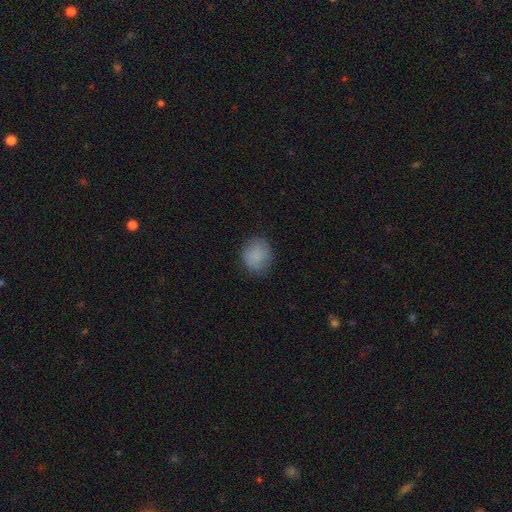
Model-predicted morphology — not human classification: type=smooth (86%); roundness=round (78%); merging=none (80%).